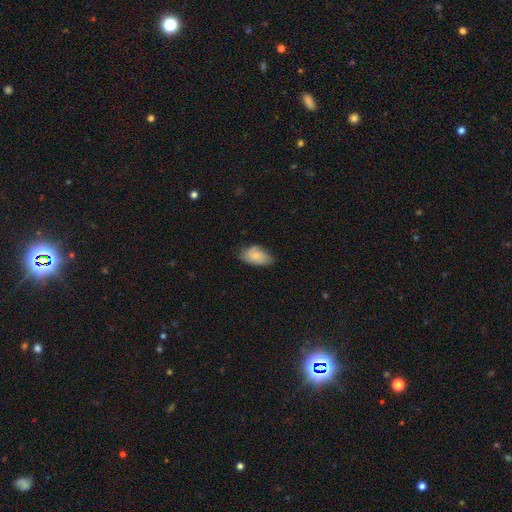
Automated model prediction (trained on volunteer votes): A smooth galaxy with no disk features (67%) that is in between round and cigar-shaped (91%).

Vote fractions:
- Smooth or featured? smooth: 67% / featured or disk: 26% / star or artifact: 7%
- How rounded? in between: 91% / round: 7% / cigar-shaped: 2%
- Merging? none: 54% / minor disturbance: 36% / major disturbance: 9% / merger: 1%